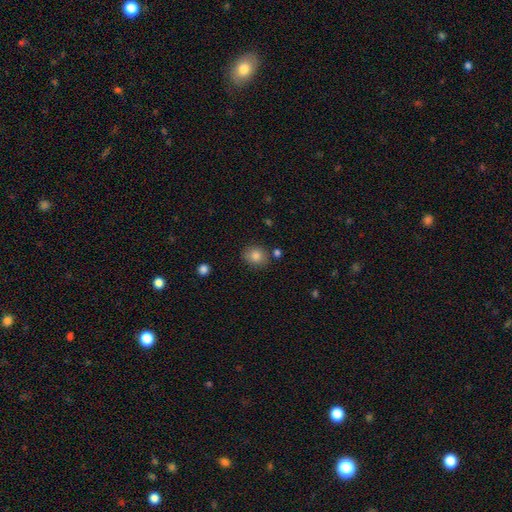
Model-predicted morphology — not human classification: Q: Smooth or featured?
A: smooth (84%); runner-up: star or artifact (10%)
Q: How rounded?
A: round (69%); runner-up: in between (30%)
Q: Merging?
A: none (81%); runner-up: minor disturbance (12%)